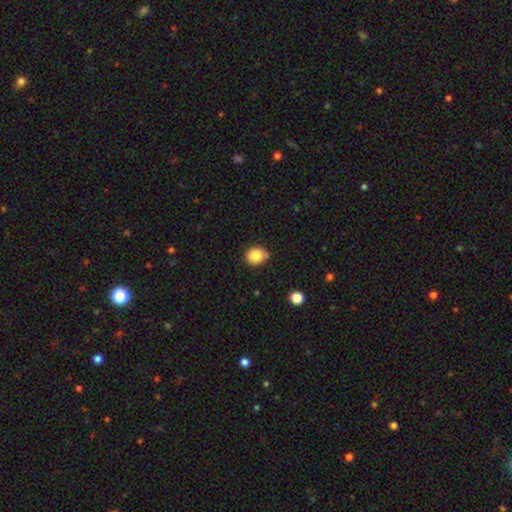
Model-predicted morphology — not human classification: Smooth or featured? Predicted: smooth (p=0.86). How rounded? Predicted: round (p=0.67). Merging? Predicted: none (p=0.71).